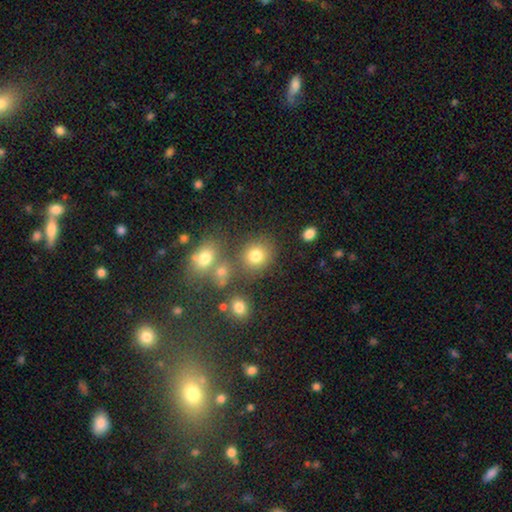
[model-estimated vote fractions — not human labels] smooth-or-featured: smooth: 77% | star or artifact: 15% | featured or disk: 8%
  how-rounded: round: 77% | in between: 21% | cigar-shaped: 1%
  merging: none: 70% | merger: 15% | minor disturbance: 10% | major disturbance: 5%